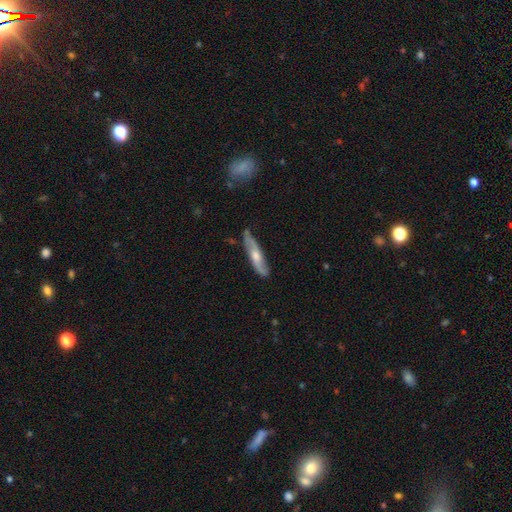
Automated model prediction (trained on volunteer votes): Overall: featured or disk (64%; smooth 30%). Edge-on disk: yes (51%; no 49%). Merging: none (78%).